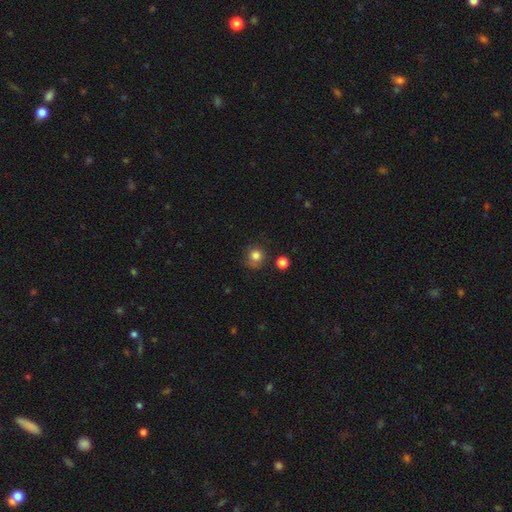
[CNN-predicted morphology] Smooth or featured? Predicted: smooth (p=0.81). How rounded? Predicted: round (p=0.88). Merging? Predicted: none (p=0.68).